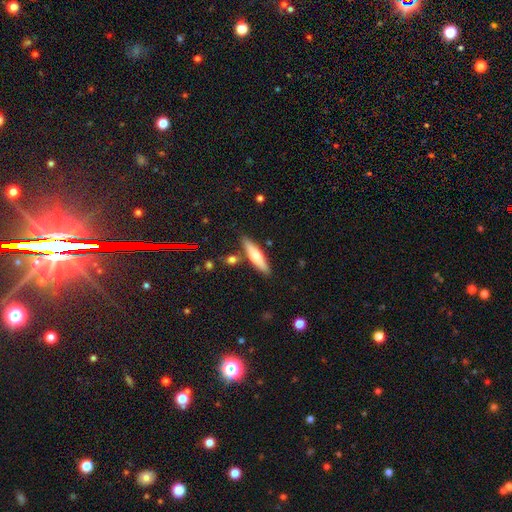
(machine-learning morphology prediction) Smooth or featured?
  - smooth: 56% *
  - featured or disk: 38%
  - star or artifact: 6%
How rounded?
  - cigar-shaped: 76% *
  - in between: 22%
  - round: 2%
Merging?
  - none: 82% *
  - minor disturbance: 10%
  - merger: 6%
  - major disturbance: 2%